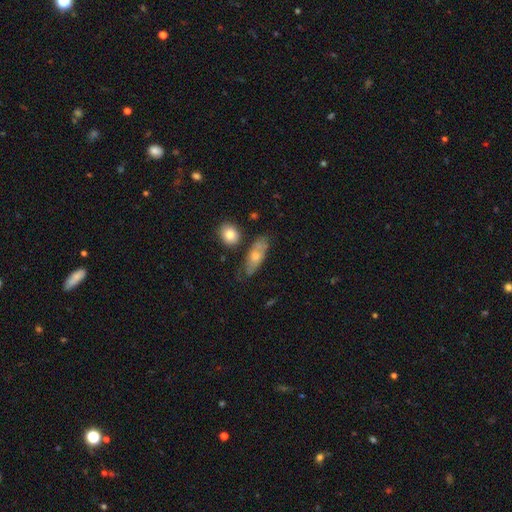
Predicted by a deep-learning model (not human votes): Smooth or featured?
  - smooth: 61% *
  - featured or disk: 32%
  - star or artifact: 6%
How rounded?
  - in between: 73% *
  - cigar-shaped: 23%
  - round: 4%
Merging?
  - none: 59% *
  - minor disturbance: 25%
  - major disturbance: 8%
  - merger: 8%